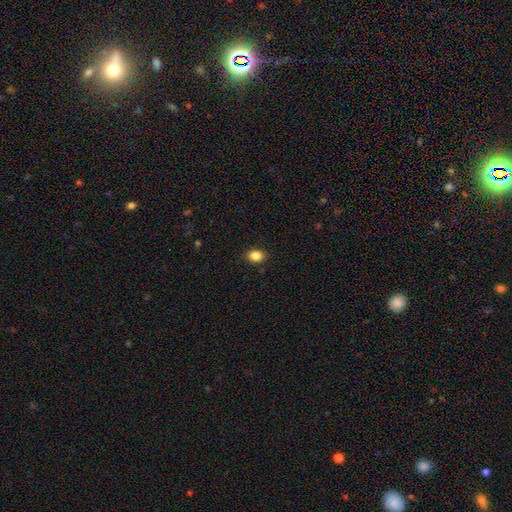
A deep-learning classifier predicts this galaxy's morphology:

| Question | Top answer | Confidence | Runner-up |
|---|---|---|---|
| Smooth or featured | smooth | 86% | star or artifact (10%) |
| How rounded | in between | 59% | round (40%) |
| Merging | none | 89% | minor disturbance (8%) |